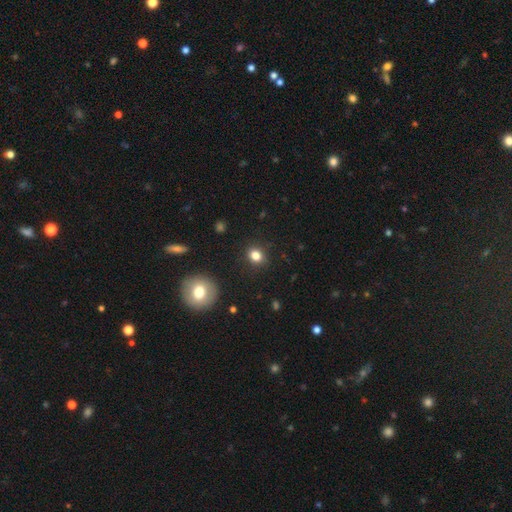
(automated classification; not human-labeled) A smooth galaxy with no disk features (82%) that is round (59%).

Vote fractions:
- Smooth or featured? smooth: 82% / star or artifact: 12% / featured or disk: 6%
- How rounded? round: 59% / in between: 40% / cigar-shaped: 1%
- Merging? none: 87% / minor disturbance: 9% / major disturbance: 3% / merger: 1%